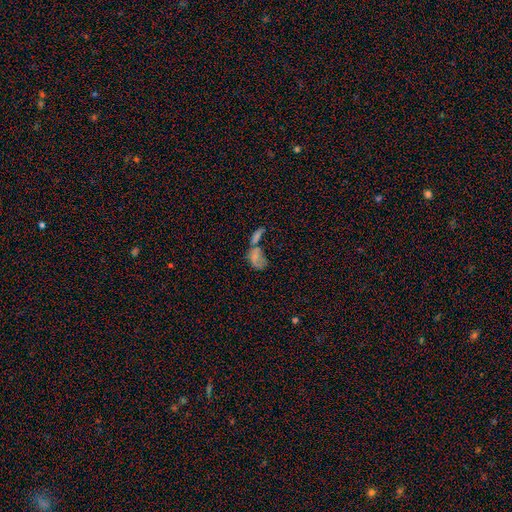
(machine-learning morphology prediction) This is possibly a smooth galaxy (53%). How rounded: clearly in between (84%). Merging: possibly merger (55%).